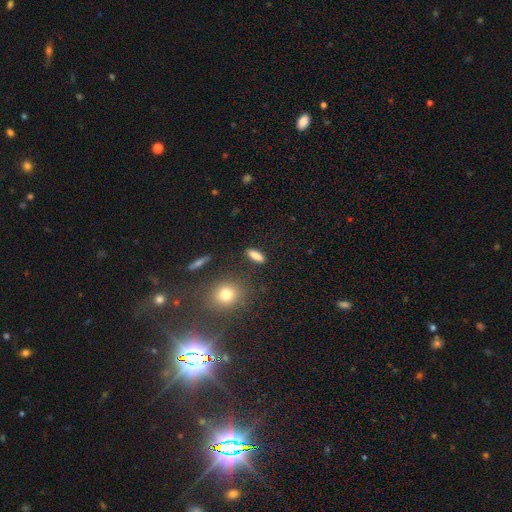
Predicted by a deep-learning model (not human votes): Smooth or featured? Predicted: smooth (p=0.82). How rounded? Predicted: in between (p=0.55). Merging? Predicted: none (p=0.86).